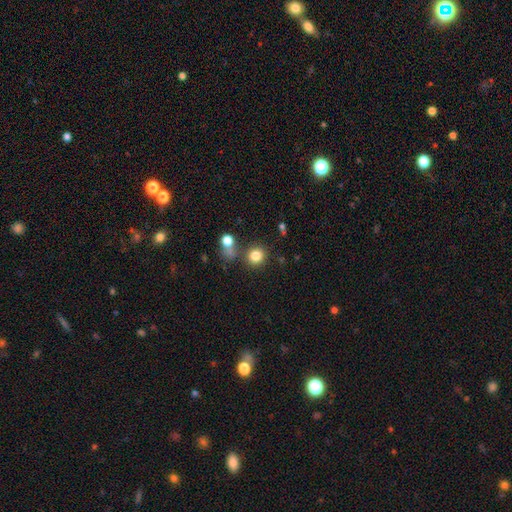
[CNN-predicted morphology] smooth 82%, star or artifact 12%, featured or disk 6%. Down the decision tree: how rounded — round (86%); merging — none (76%).